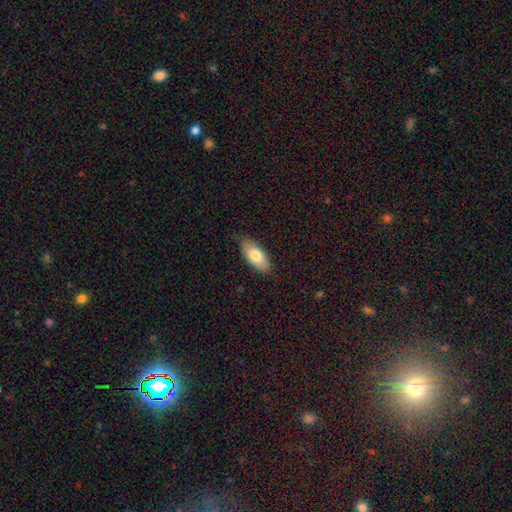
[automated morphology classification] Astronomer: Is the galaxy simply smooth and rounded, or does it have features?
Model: smooth — 77%.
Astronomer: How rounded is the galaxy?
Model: in between — 86%.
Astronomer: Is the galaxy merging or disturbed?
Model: none — 81%.